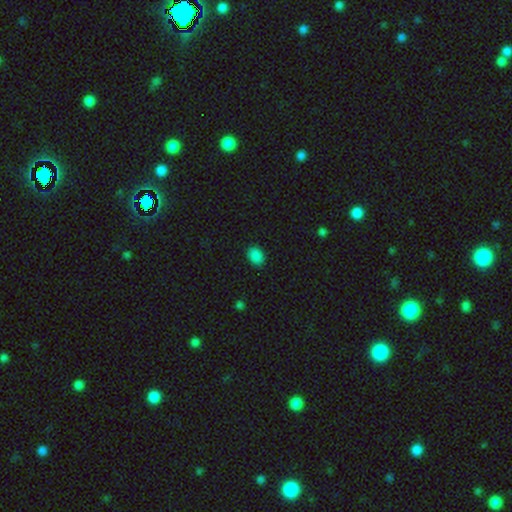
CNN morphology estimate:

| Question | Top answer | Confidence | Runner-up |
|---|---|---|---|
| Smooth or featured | smooth | 86% | star or artifact (12%) |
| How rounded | in between | 65% | round (34%) |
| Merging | none | 88% | minor disturbance (9%) |